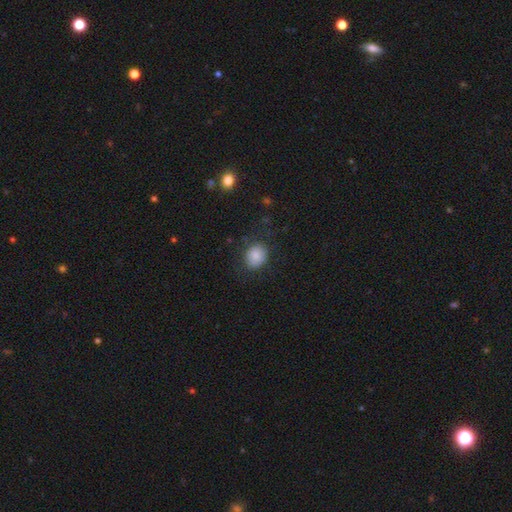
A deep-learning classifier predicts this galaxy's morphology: This appears to be a smooth galaxy with no disk features (85%) that is round (62%). Merging: none (76%).